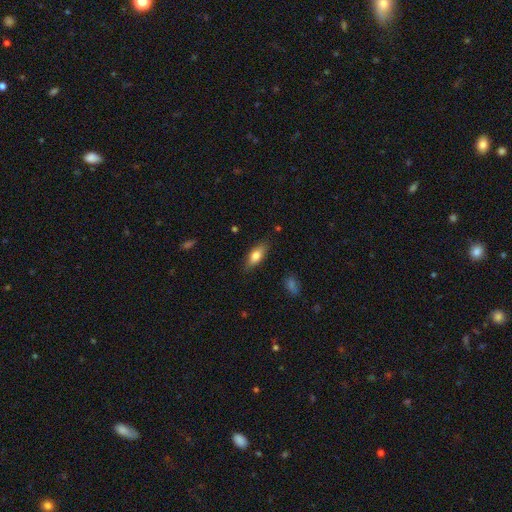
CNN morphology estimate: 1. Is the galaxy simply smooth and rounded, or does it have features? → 74% smooth, 19% featured or disk, 7% star or artifact.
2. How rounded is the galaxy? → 73% in between, 24% cigar-shaped, 3% round.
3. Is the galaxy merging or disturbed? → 83% none, 13% minor disturbance, 3% major disturbance, 1% merger.